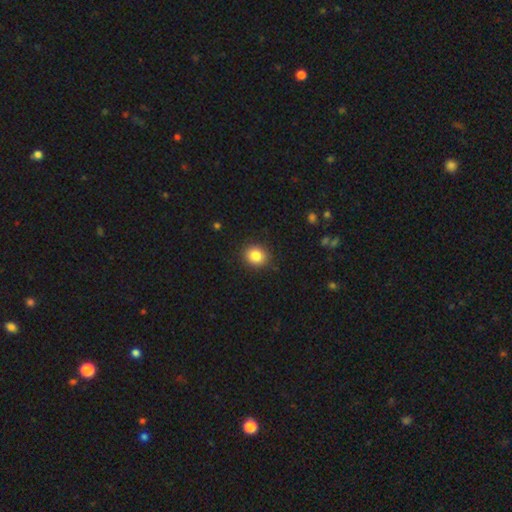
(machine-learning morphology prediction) Q: Smooth or featured?
A: smooth (84%); runner-up: star or artifact (10%)
Q: How rounded?
A: round (75%); runner-up: in between (24%)
Q: Merging?
A: none (89%); runner-up: minor disturbance (8%)